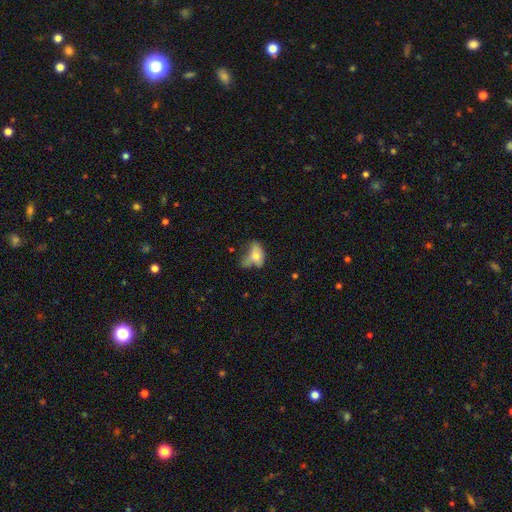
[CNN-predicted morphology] Smooth or featured? smooth (61%)
How rounded? in between (83%)
Merging? major disturbance (35%)